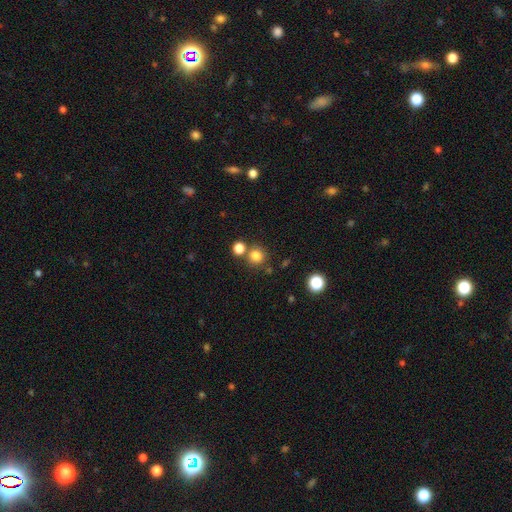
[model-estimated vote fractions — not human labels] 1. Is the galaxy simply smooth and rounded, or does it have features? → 81% smooth, 14% star or artifact, 5% featured or disk.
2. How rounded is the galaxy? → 91% round, 8% in between, 1% cigar-shaped.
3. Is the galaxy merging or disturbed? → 72% none, 17% merger, 8% minor disturbance, 3% major disturbance.